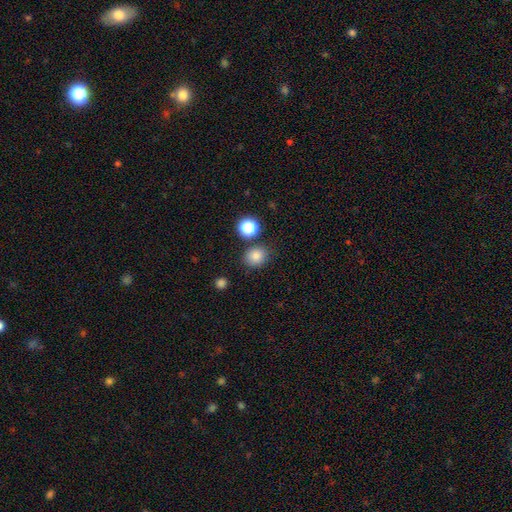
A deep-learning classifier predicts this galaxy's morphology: A smooth galaxy with no disk features (82%) that is round (69%).

Vote fractions:
- Smooth or featured? smooth: 82% / star or artifact: 13% / featured or disk: 6%
- How rounded? round: 69% / in between: 30% / cigar-shaped: 1%
- Merging? none: 80% / minor disturbance: 10% / merger: 7% / major disturbance: 3%